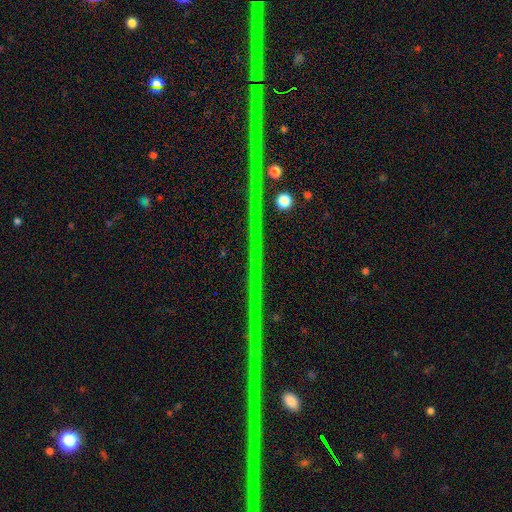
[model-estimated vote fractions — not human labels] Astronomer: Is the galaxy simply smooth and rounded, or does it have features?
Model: star or artifact — 80%.